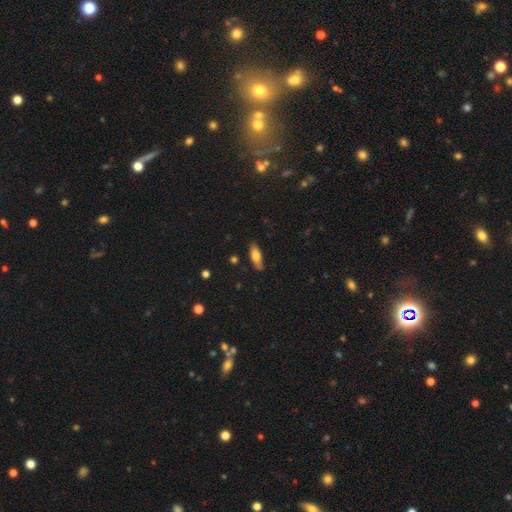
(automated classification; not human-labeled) Smooth or featured? Predicted: smooth (p=0.72). How rounded? Predicted: in between (p=0.62). Merging? Predicted: none (p=0.76).